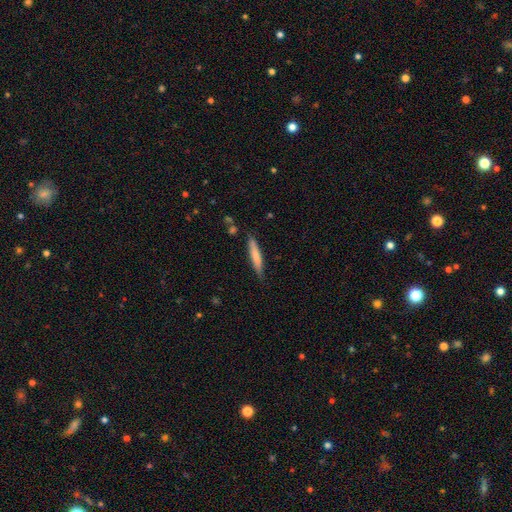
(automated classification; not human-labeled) Smooth or featured: smooth — 70% (featured or disk — 24%)
How rounded: cigar-shaped — 93% (in between — 6%)
Merging: none — 83% (minor disturbance — 13%)